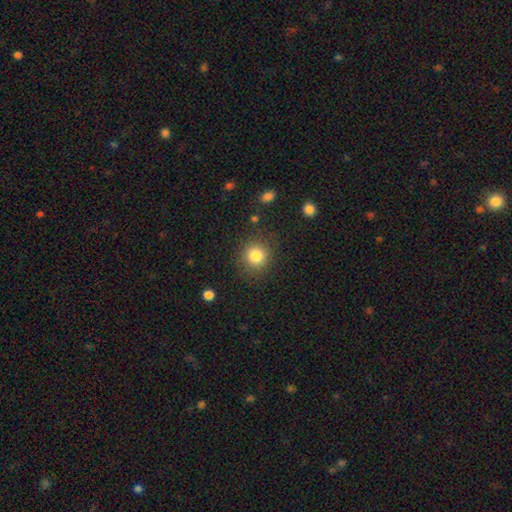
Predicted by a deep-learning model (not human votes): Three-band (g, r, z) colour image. It shows a smooth galaxy with no disk features (83%) that is round (89%). Merging: none (85%).